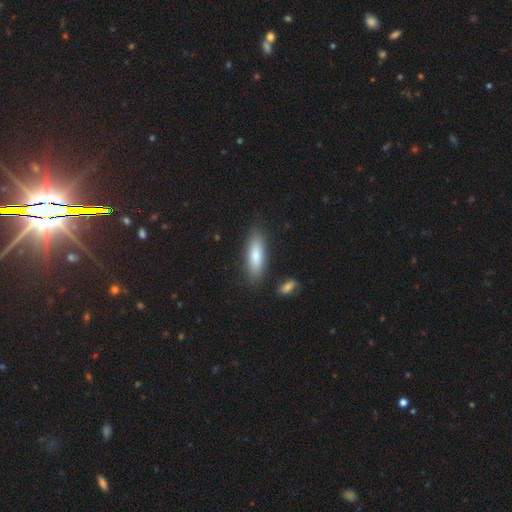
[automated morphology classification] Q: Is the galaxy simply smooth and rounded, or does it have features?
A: smooth — 80%.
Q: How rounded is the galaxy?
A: in between — 50%.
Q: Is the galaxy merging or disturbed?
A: none — 84%.